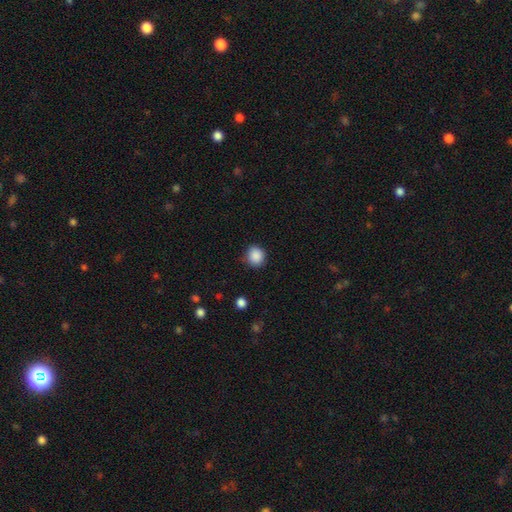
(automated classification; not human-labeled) smooth_or_featured: smooth (p=0.88) [alt: star or artifact p=0.09]
how_rounded: round (p=0.88) [alt: in between p=0.11]
merging: none (p=0.84) [alt: minor disturbance p=0.12]